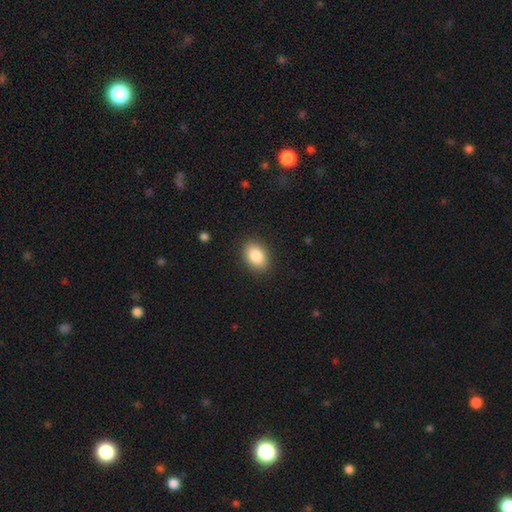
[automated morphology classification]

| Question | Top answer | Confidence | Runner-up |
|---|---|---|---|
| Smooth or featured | smooth | 86% | star or artifact (7%) |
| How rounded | in between | 84% | round (15%) |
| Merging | none | 88% | minor disturbance (9%) |